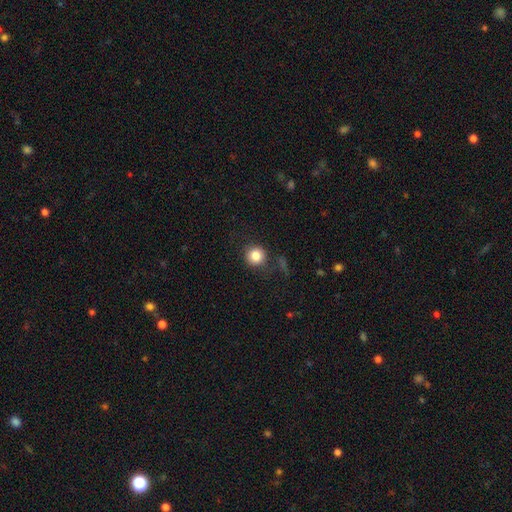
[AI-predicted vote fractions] This appears to be a smooth galaxy with no disk features (82%) that is round (91%). Merging: none (82%).